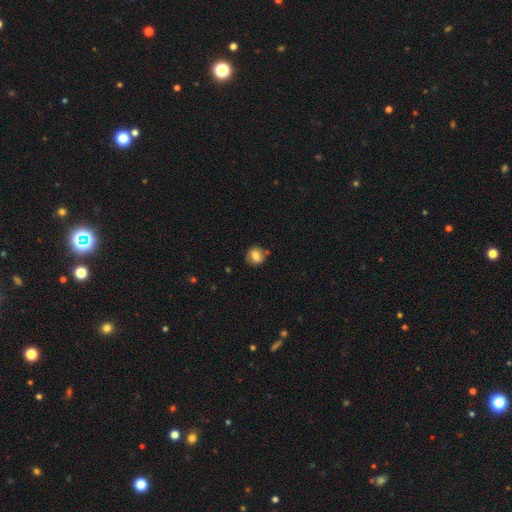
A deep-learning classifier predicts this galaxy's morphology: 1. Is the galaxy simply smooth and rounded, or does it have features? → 73% smooth, 17% featured or disk, 9% star or artifact.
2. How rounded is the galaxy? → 76% round, 23% in between, 1% cigar-shaped.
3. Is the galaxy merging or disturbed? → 75% none, 16% minor disturbance, 5% merger, 4% major disturbance.